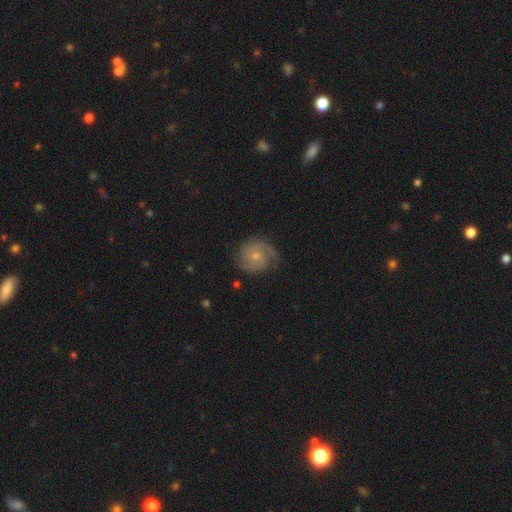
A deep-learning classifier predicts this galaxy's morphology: Smooth or featured? Predicted: featured or disk (p=0.80). Edge-on disk? Predicted: no (p=0.98). Bar? Predicted: no (p=0.76). Spiral arms? Predicted: yes (p=0.96). Spiral winding? Predicted: tight (p=0.55). Spiral arm count? Predicted: 2 (p=0.59). Bulge size? Predicted: small (p=0.58). Merging? Predicted: none (p=0.77).